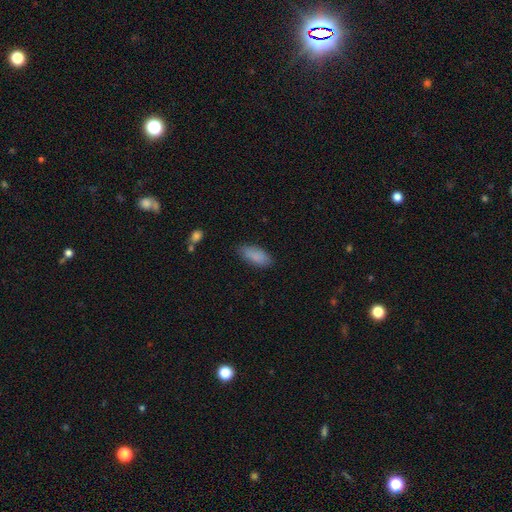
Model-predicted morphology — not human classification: Overall: smooth (88%). How rounded: in between (84%). Merging: none (83%).